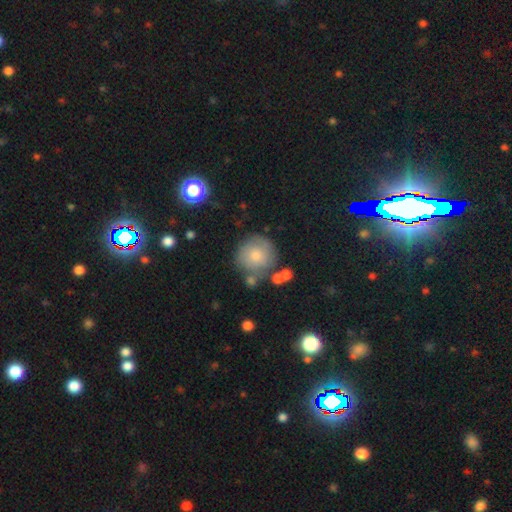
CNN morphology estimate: A smooth galaxy with no disk features (64%) that is round (91%).

Vote fractions:
- Smooth or featured? smooth: 64% / featured or disk: 28% / star or artifact: 8%
- How rounded? round: 91% / in between: 8% / cigar-shaped: 1%
- Merging? none: 65% / minor disturbance: 18% / merger: 10% / major disturbance: 8%